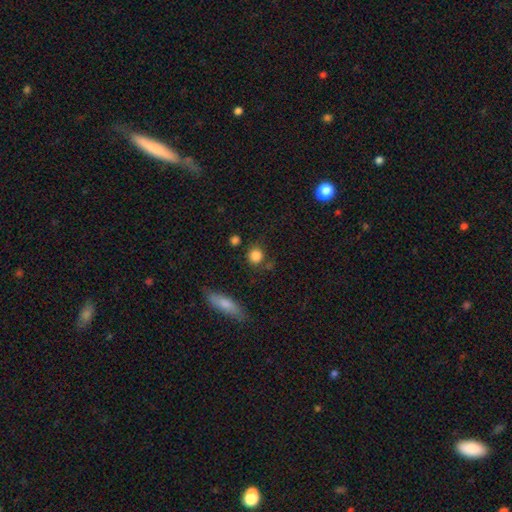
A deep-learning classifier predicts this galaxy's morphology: type=smooth (84%); roundness=round (88%); merging=none (77%).